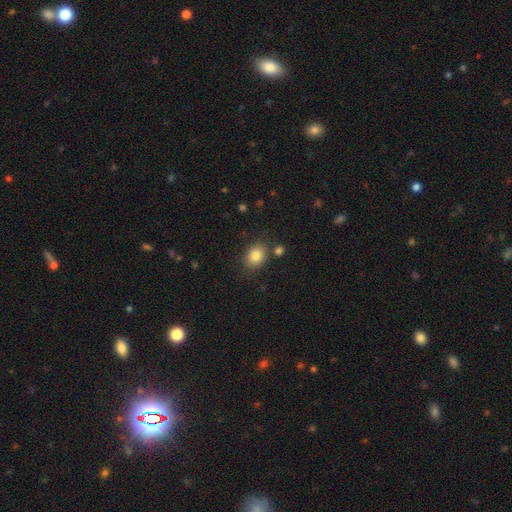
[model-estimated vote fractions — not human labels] Smooth or featured? smooth (83%)
How rounded? in between (56%)
Merging? none (79%)